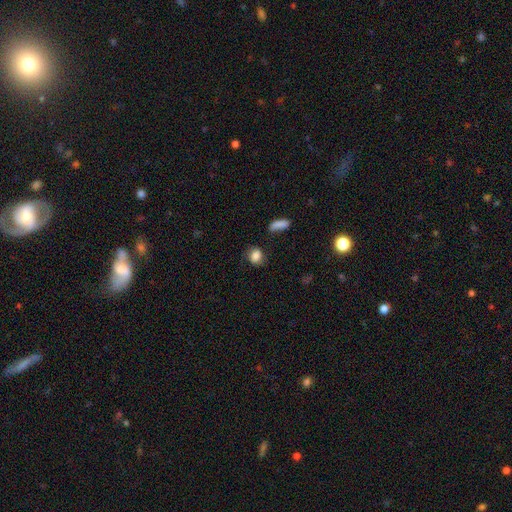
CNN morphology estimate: Smooth or featured? smooth (81%)
How rounded? round (57%)
Merging? none (68%)